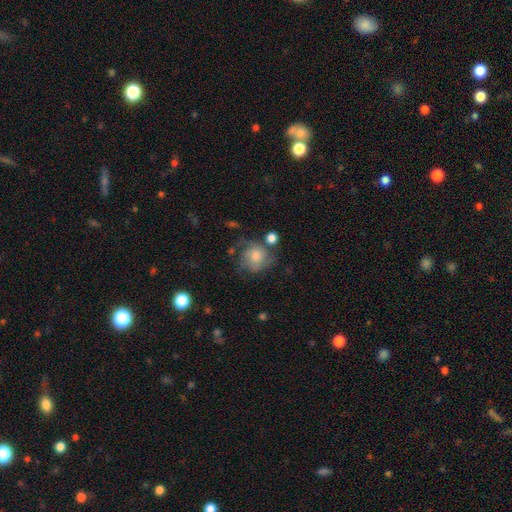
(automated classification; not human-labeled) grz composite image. It shows a featured or disk galaxy (50%). Merging: none (54%).